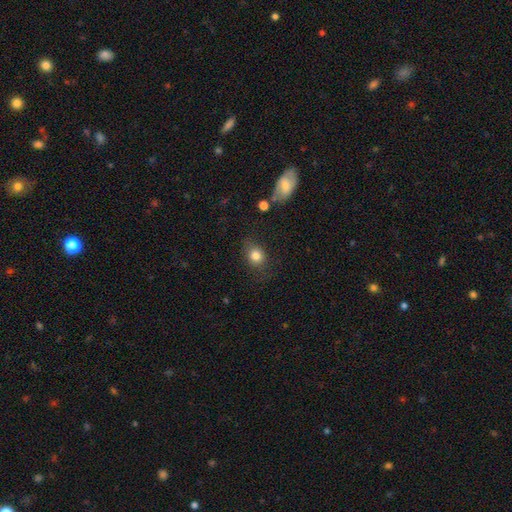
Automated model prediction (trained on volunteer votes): Smooth or featured?
  - smooth: 82% *
  - star or artifact: 11%
  - featured or disk: 8%
How rounded?
  - round: 60% *
  - in between: 38%
  - cigar-shaped: 1%
Merging?
  - none: 73% *
  - minor disturbance: 18%
  - major disturbance: 7%
  - merger: 2%